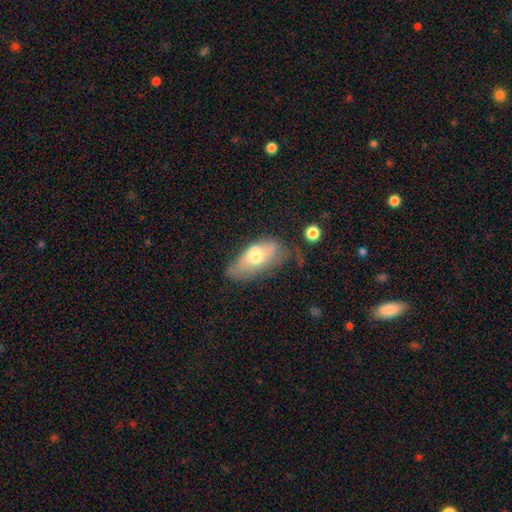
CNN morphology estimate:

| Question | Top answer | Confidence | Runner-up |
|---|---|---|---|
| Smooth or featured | smooth | 60% | featured or disk (33%) |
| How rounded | in between | 88% | cigar-shaped (8%) |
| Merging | minor disturbance | 34% | none (33%) |